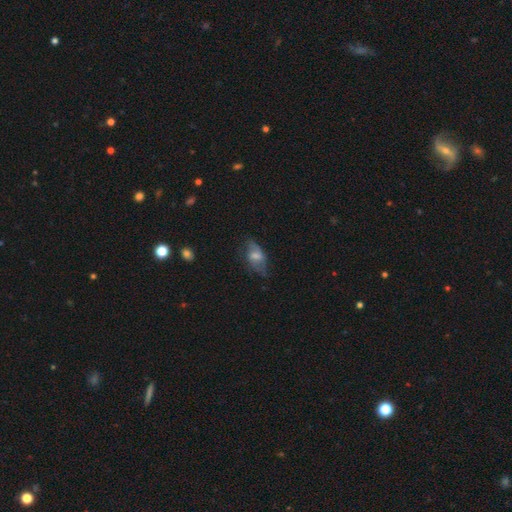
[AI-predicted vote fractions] The model was most divided on "smooth or featured": smooth: 52%, featured or disk: 39%, star or artifact: 9%. More confident: how rounded — in between (88%); merging — none (52%).